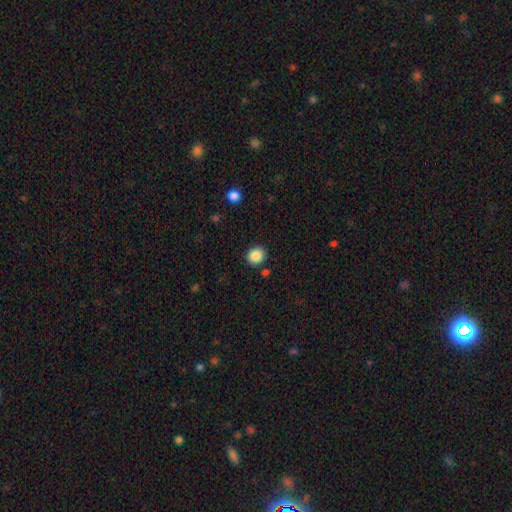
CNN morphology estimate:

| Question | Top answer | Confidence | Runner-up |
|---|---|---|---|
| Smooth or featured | smooth | 87% | star or artifact (9%) |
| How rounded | round | 81% | in between (19%) |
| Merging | none | 88% | minor disturbance (7%) |